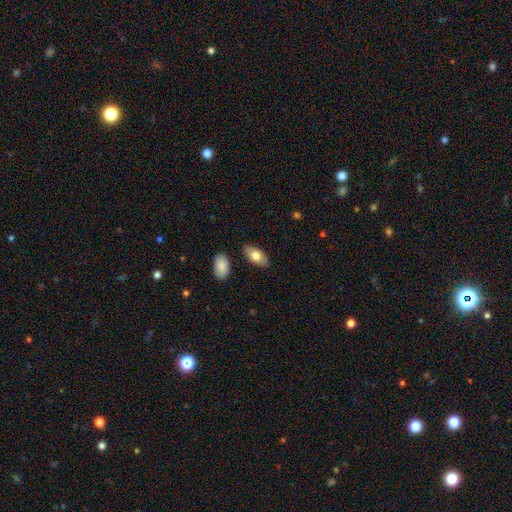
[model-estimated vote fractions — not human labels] A smooth galaxy with no disk features (76%) that is in between round and cigar-shaped (93%).

Vote fractions:
- Smooth or featured? smooth: 76% / featured or disk: 19% / star or artifact: 6%
- How rounded? in between: 93% / cigar-shaped: 4% / round: 3%
- Merging? none: 85% / minor disturbance: 10% / merger: 3% / major disturbance: 2%